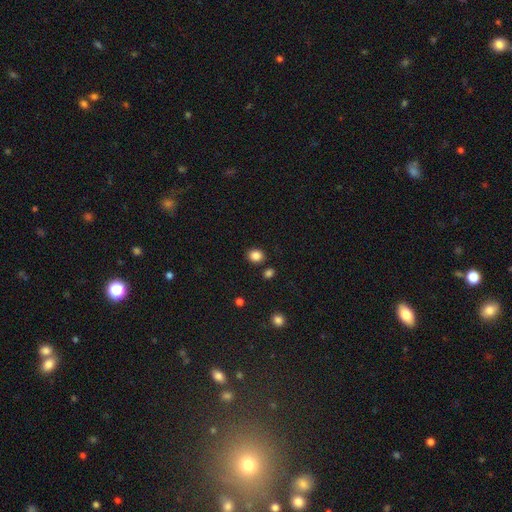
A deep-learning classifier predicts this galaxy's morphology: This appears to be a smooth galaxy with no disk features (85%) that is round (62%). Merging: none (83%).